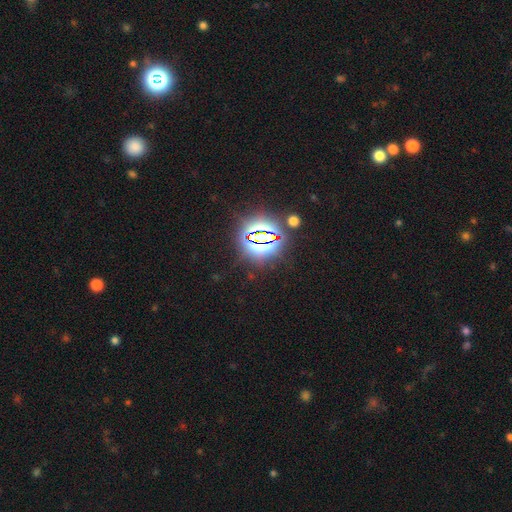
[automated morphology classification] This appears to be a star or artifact, not a galaxy (81%).